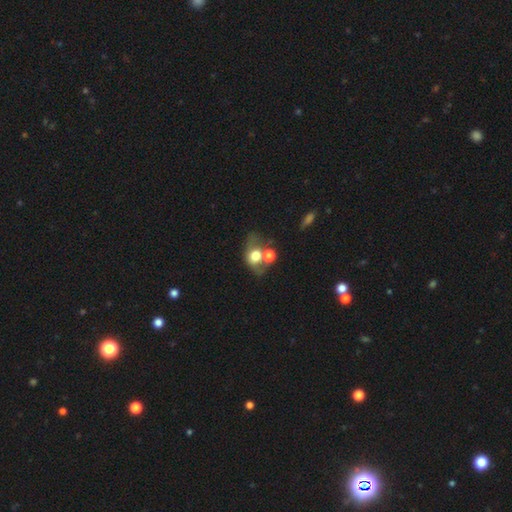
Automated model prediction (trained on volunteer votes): This is likely a smooth galaxy (61%). How rounded: possibly in between (60%). Merging: marginally merger (43%).